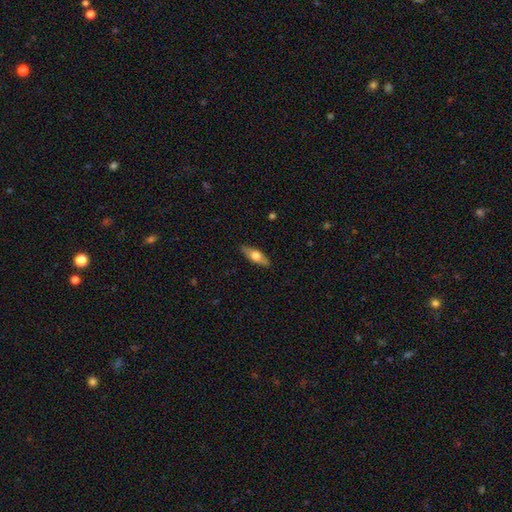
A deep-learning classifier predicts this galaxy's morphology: smooth_or_featured: smooth (p=0.56) [alt: featured or disk p=0.38]
how_rounded: in between (p=0.59) [alt: cigar-shaped p=0.38]
merging: none (p=0.88) [alt: minor disturbance p=0.09]